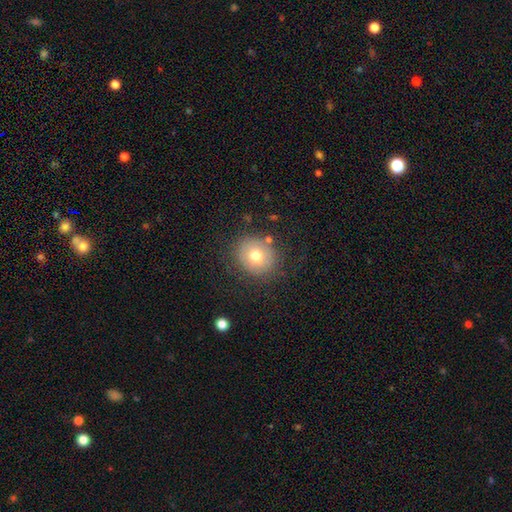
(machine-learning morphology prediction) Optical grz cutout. It shows a smooth galaxy with no disk features (69%) that is round (80%). Merging: none (78%).